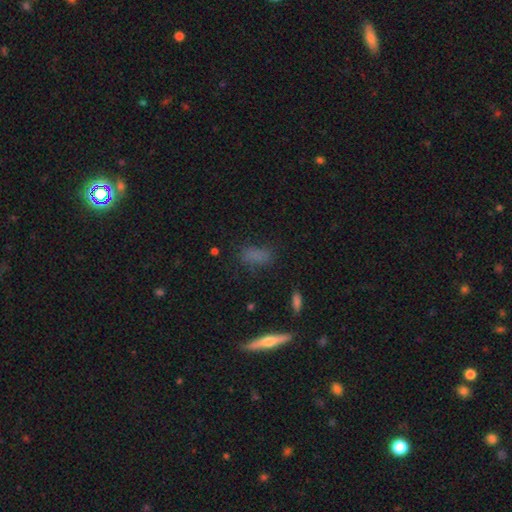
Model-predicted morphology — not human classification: smooth 72%, star or artifact 15%, featured or disk 13%. Down the decision tree: how rounded — in between (71%); merging — none (70%).